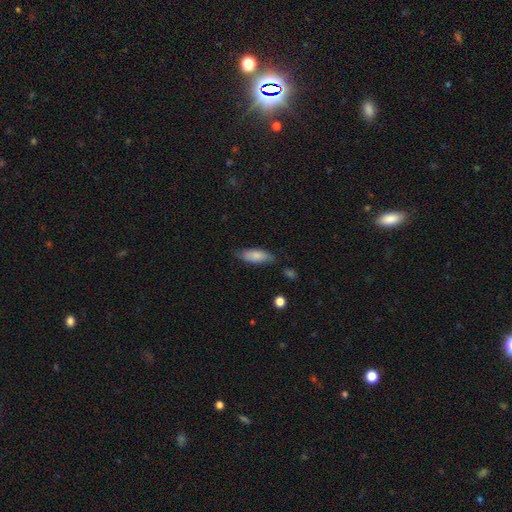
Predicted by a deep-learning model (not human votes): A smooth galaxy with no disk features (82%) that is in between round and cigar-shaped (72%).

Vote fractions:
- Smooth or featured? smooth: 82% / featured or disk: 12% / star or artifact: 6%
- How rounded? in between: 72% / cigar-shaped: 26% / round: 2%
- Merging? none: 73% / minor disturbance: 20% / major disturbance: 4% / merger: 2%